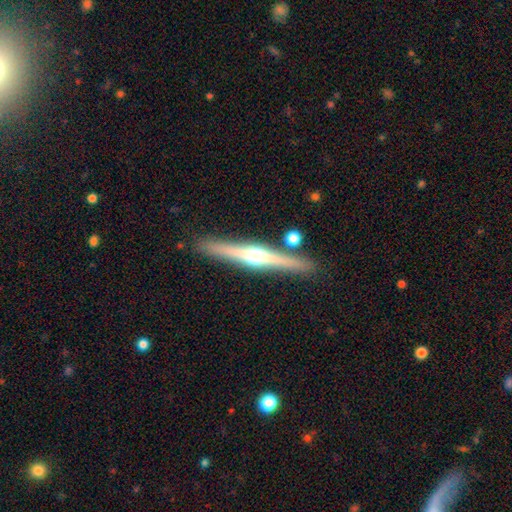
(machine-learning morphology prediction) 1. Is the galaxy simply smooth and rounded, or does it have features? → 73% featured or disk, 21% smooth, 6% star or artifact.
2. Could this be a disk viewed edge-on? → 97% yes, 3% no.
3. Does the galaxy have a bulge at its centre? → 92% rounded, 4% none, 4% boxy.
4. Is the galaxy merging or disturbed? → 85% none, 8% minor disturbance, 5% merger, 2% major disturbance.